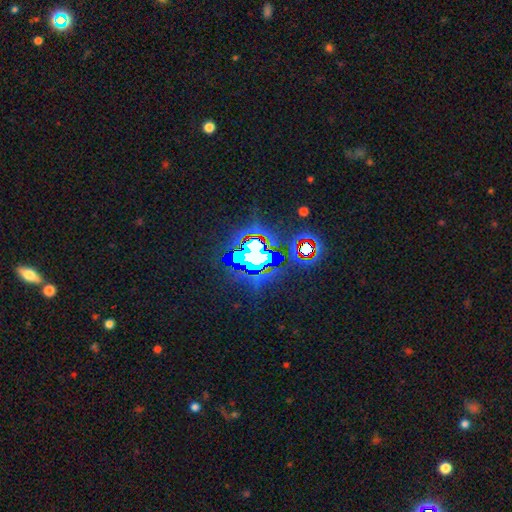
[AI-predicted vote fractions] star or artifact 69%, featured or disk 18%, smooth 13%.